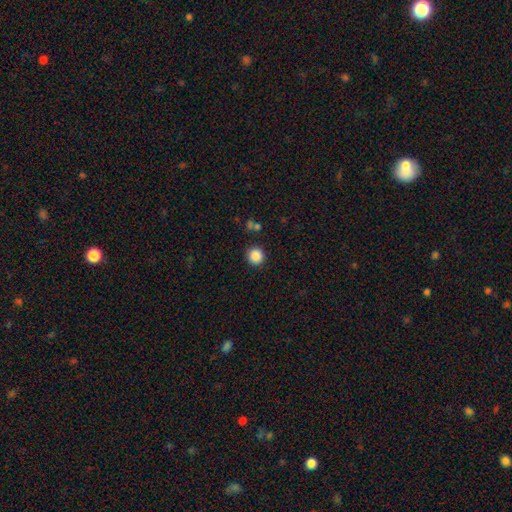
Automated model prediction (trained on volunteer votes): A smooth galaxy with no disk features (87%) that is round (94%).

Vote fractions:
- Smooth or featured? smooth: 87% / star or artifact: 10% / featured or disk: 3%
- How rounded? round: 94% / in between: 5% / cigar-shaped: 1%
- Merging? none: 89% / minor disturbance: 6% / merger: 3% / major disturbance: 2%